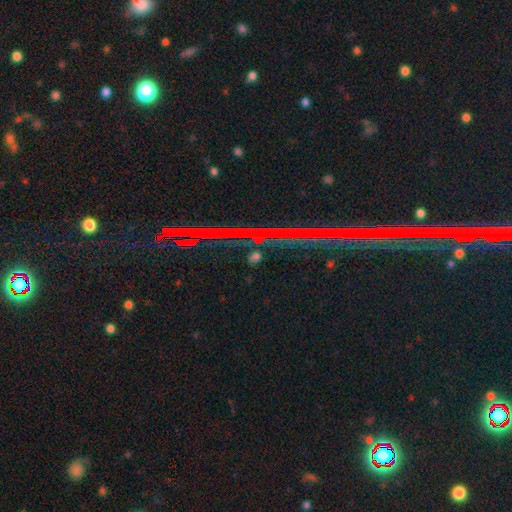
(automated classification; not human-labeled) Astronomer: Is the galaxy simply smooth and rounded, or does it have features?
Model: star or artifact — 78%.